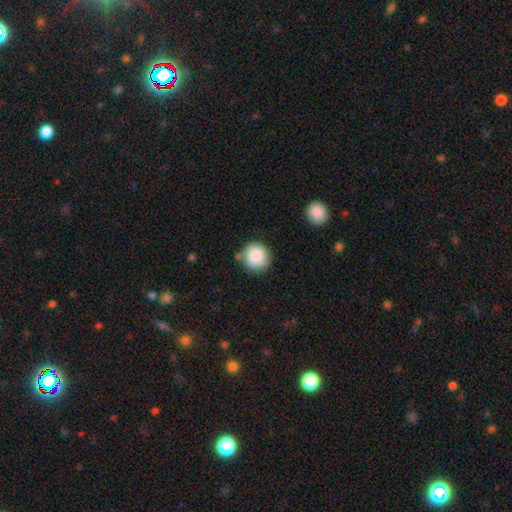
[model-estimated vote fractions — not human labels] A smooth galaxy with no disk features (84%) that is round (92%). Merging: none (75%).